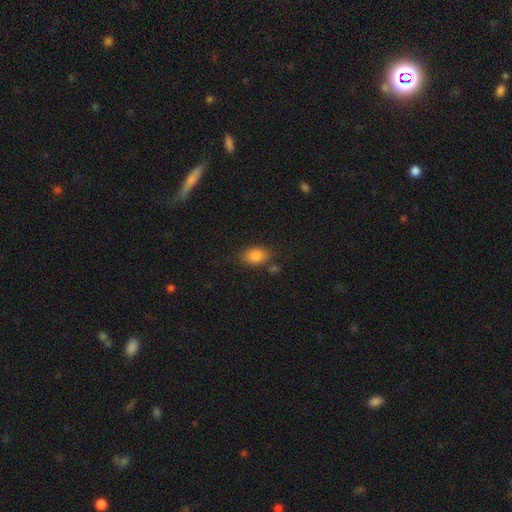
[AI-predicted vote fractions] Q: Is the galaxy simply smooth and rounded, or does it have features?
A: smooth — 84%.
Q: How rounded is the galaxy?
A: in between — 83%.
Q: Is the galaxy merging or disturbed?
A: none — 73%.